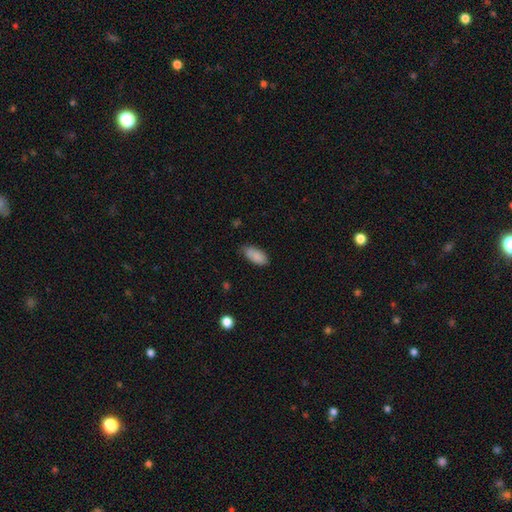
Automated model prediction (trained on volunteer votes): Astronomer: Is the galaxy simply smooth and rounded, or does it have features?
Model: smooth — 85%.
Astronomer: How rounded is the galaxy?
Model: in between — 90%.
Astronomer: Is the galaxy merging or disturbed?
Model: none — 64%.